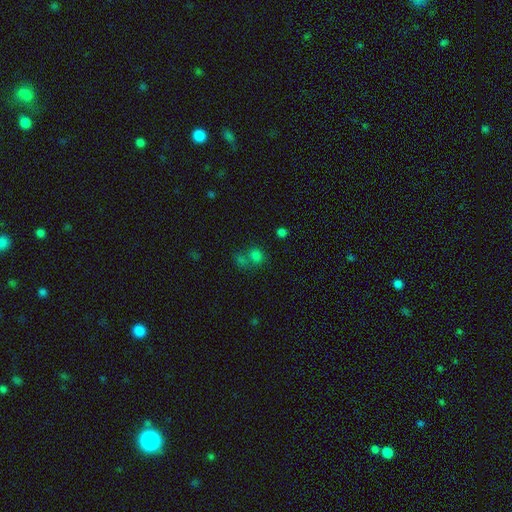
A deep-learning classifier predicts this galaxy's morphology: A smooth galaxy with no disk features (72%) that is round (68%). Merging: none (45%).